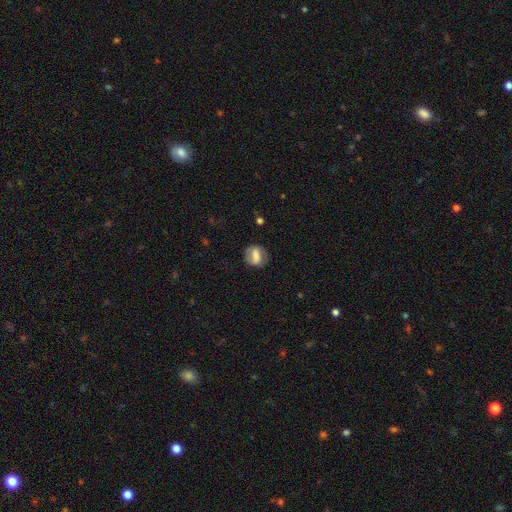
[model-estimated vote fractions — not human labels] The model was most divided on "how rounded": round: 53%, in between: 44%, cigar-shaped: 3%. More confident: merging — none (76%); smooth or featured — smooth (53%).